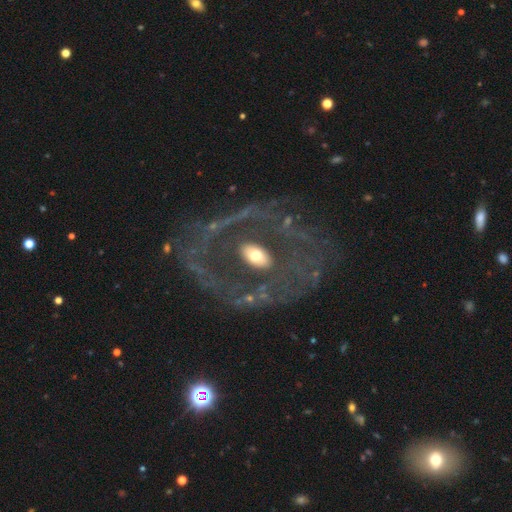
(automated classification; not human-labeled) This appears to be a featured or disk galaxy (56%). Merging: none (69%).